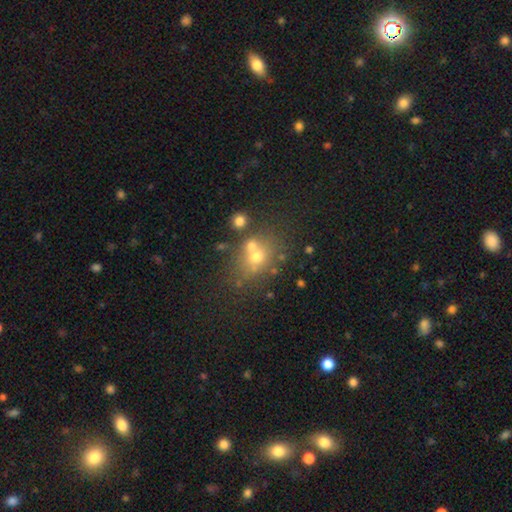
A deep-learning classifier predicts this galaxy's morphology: This is possibly a smooth galaxy (58%). How rounded: likely round (63%). Merging: possibly none (52%).